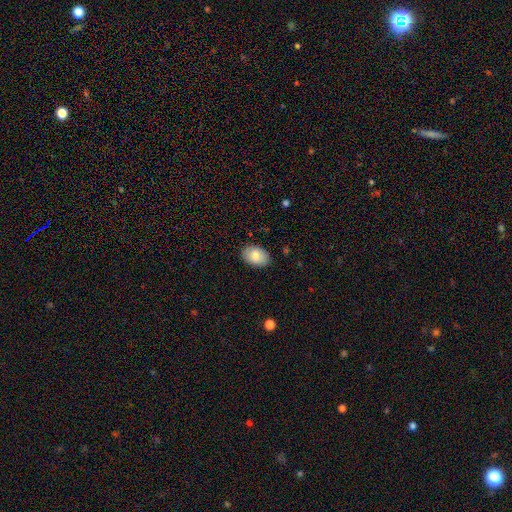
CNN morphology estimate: This is clearly a smooth galaxy (84%). How rounded: clearly in between (87%). Merging: clearly none (86%).